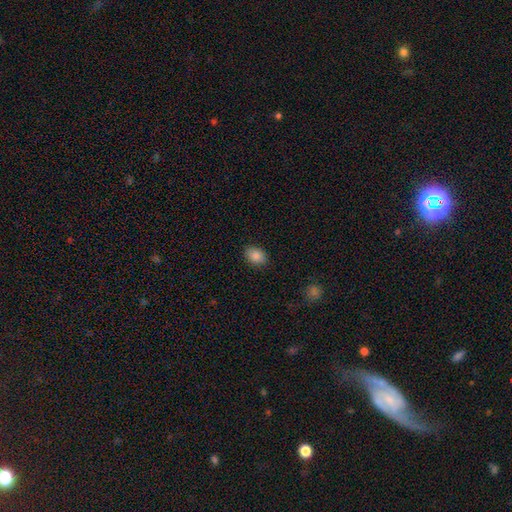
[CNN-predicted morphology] Overall: smooth (86%). How rounded: in between (76%). Merging: none (88%).